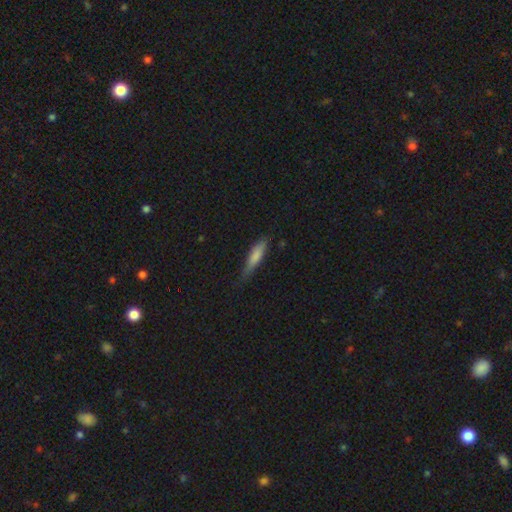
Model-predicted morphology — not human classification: Smooth or featured: smooth — 75% (featured or disk — 19%)
How rounded: cigar-shaped — 73% (in between — 25%)
Merging: none — 64% (minor disturbance — 29%)